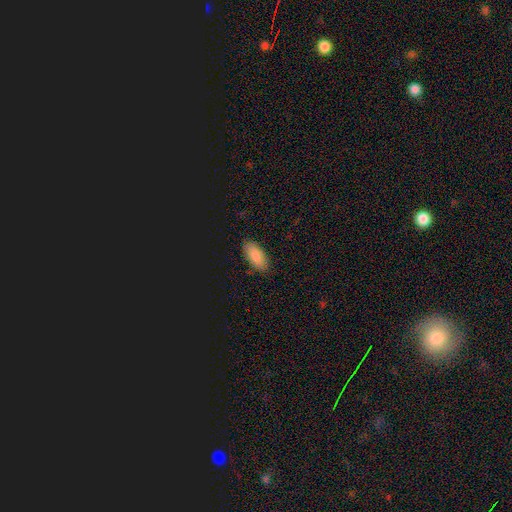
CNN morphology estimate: smooth 86%, star or artifact 7%, featured or disk 6%. Down the decision tree: how rounded — in between (88%); merging — none (87%).